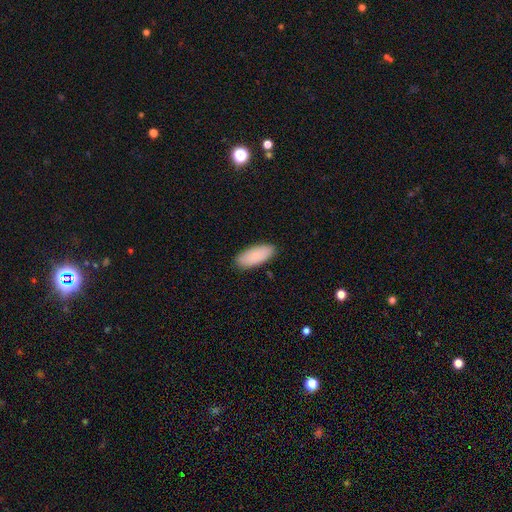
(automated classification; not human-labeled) Q: Smooth or featured?
A: smooth (87%); runner-up: featured or disk (8%)
Q: How rounded?
A: in between (86%); runner-up: cigar-shaped (12%)
Q: Merging?
A: none (88%); runner-up: minor disturbance (9%)